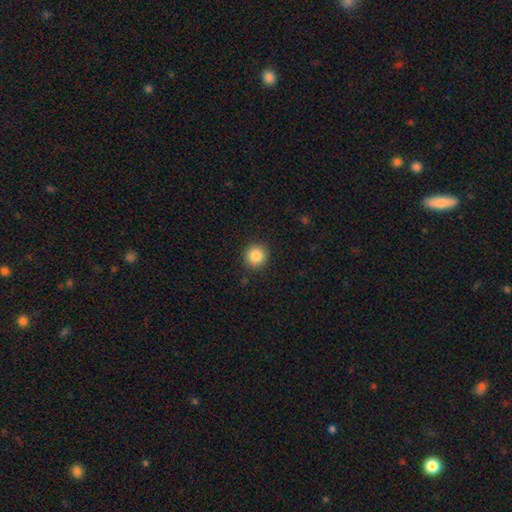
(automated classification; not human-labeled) Smooth or featured? Predicted: smooth (p=0.86). How rounded? Predicted: round (p=0.93). Merging? Predicted: none (p=0.90).